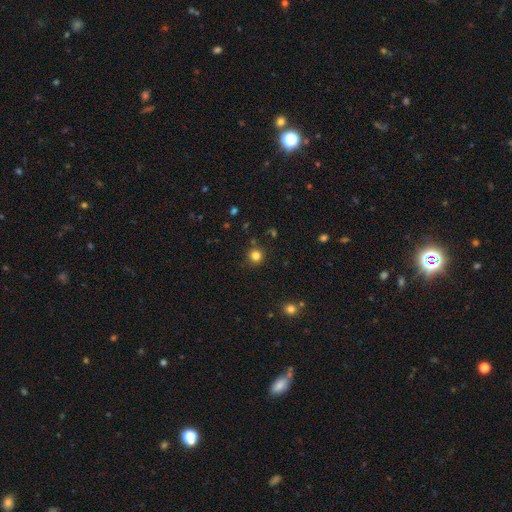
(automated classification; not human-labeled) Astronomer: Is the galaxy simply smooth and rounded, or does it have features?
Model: smooth — 82%.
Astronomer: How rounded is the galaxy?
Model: round — 93%.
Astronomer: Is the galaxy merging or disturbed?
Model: none — 88%.